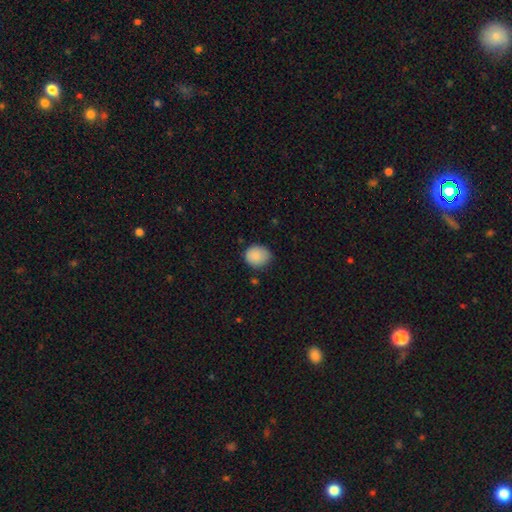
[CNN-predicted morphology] A smooth galaxy with no disk features (87%) that is round (77%). Merging: none (72%).